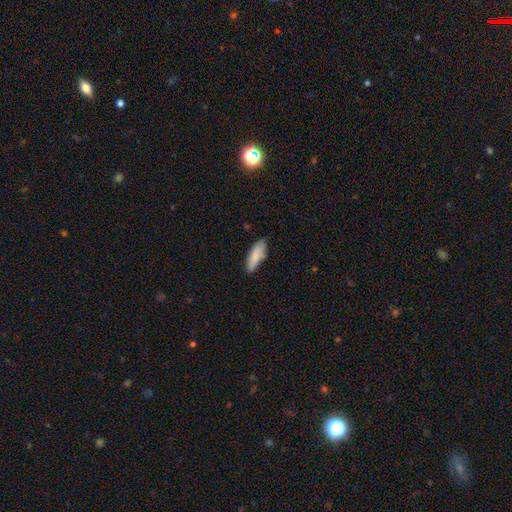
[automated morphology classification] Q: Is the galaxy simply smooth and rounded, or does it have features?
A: smooth — 86%.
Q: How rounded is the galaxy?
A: in between — 56%.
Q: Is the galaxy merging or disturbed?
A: none — 76%.